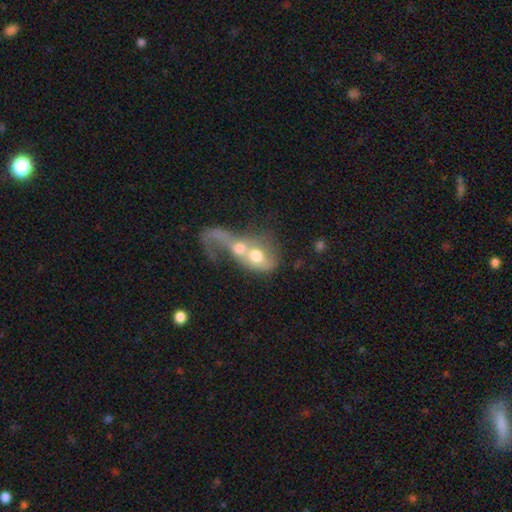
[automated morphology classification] Q: Smooth or featured?
A: smooth (49%); runner-up: featured or disk (42%)
Q: Merging?
A: merger (79%); runner-up: major disturbance (12%)